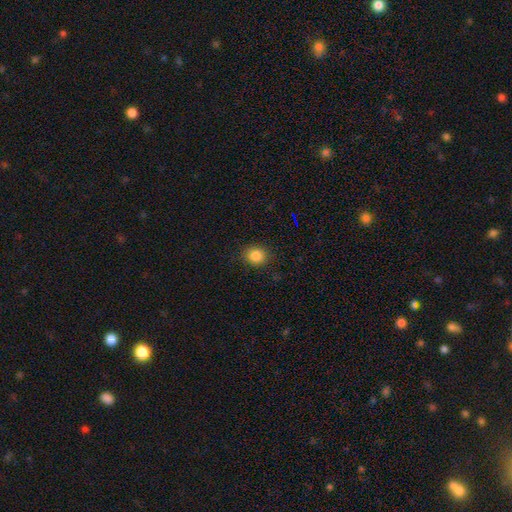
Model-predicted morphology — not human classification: Q: Smooth or featured?
A: smooth (84%); runner-up: star or artifact (11%)
Q: How rounded?
A: round (77%); runner-up: in between (22%)
Q: Merging?
A: none (88%); runner-up: minor disturbance (8%)